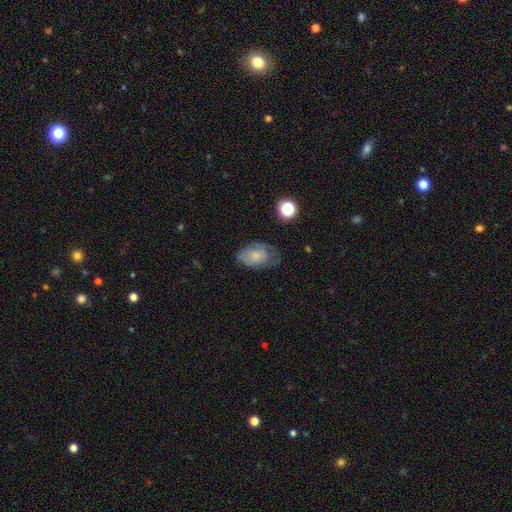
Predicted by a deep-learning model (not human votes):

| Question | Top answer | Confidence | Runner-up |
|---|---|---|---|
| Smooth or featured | smooth | 71% | featured or disk (20%) |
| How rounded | in between | 87% | round (11%) |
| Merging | none | 53% | minor disturbance (31%) |